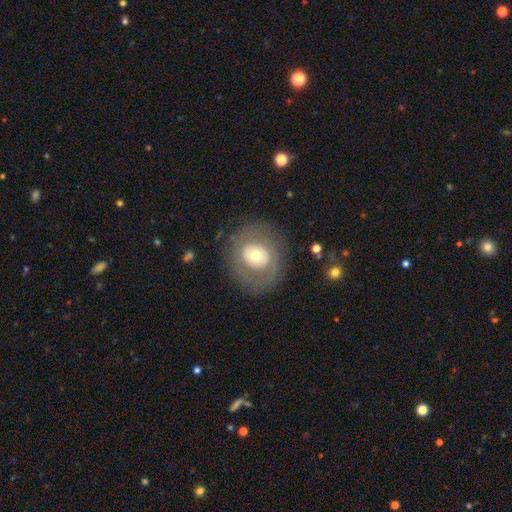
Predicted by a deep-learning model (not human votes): smooth-or-featured: featured or disk: 47% | smooth: 45% | star or artifact: 8%
  merging: none: 76% | minor disturbance: 13% | major disturbance: 10% | merger: 1%